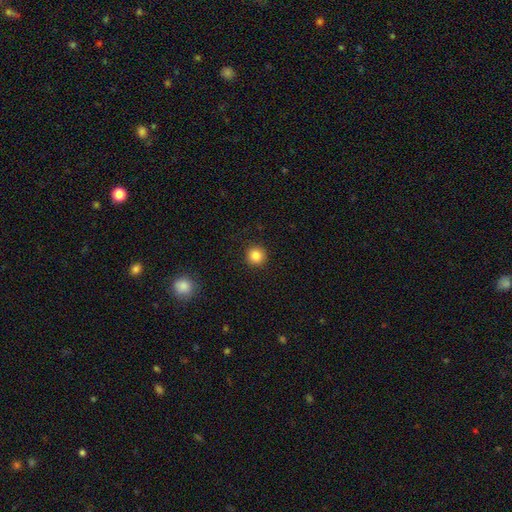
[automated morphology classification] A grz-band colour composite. It shows a smooth galaxy with no disk features (85%) that is round (95%). Merging: none (92%).